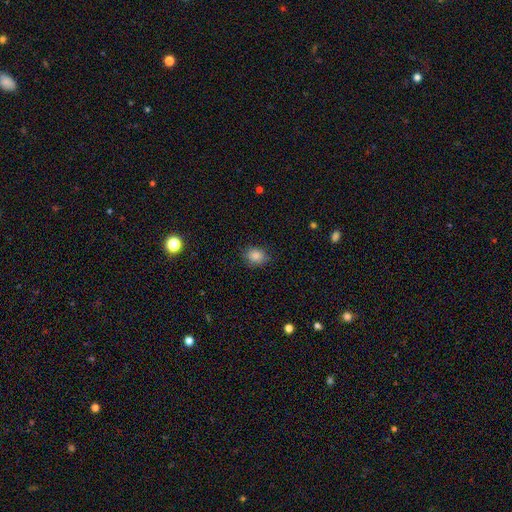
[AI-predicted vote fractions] This appears to be a smooth galaxy with no disk features (85%) that is round (56%). Merging: none (81%).